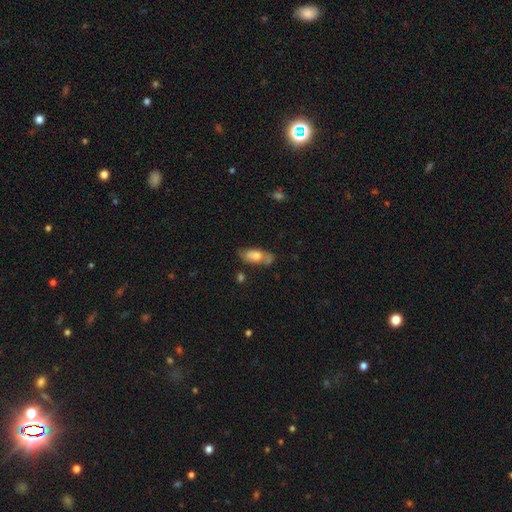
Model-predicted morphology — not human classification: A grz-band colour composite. It shows a smooth galaxy with no disk features (63%) that is in between round and cigar-shaped (83%). Merging: none (60%).